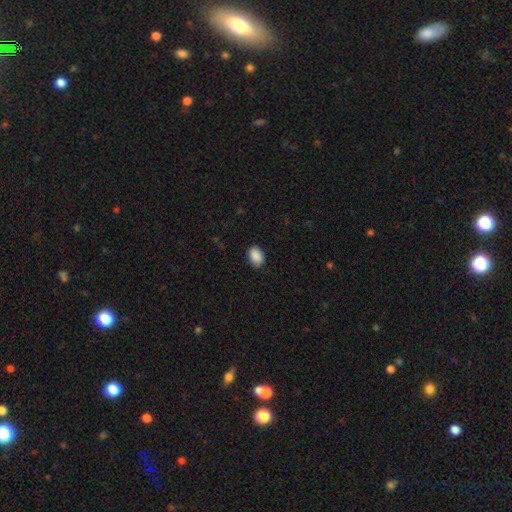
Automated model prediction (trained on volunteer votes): The model was most divided on "how rounded": in between: 77%, round: 22%, cigar-shaped: 1%. More confident: smooth or featured — smooth (90%); merging — none (86%).